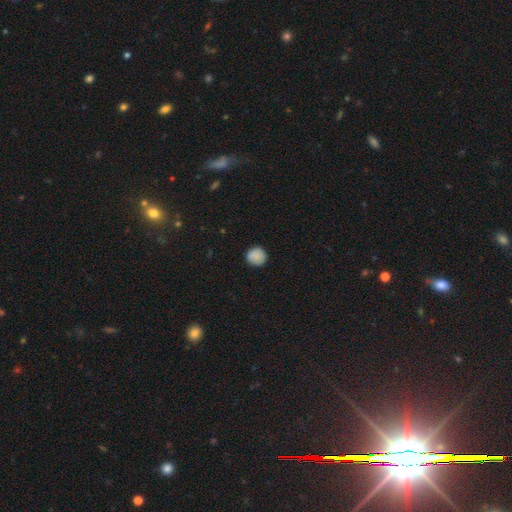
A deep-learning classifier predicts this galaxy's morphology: Smooth or featured?
  - smooth: 87% *
  - star or artifact: 8%
  - featured or disk: 4%
How rounded?
  - round: 93% *
  - in between: 6%
  - cigar-shaped: 1%
Merging?
  - none: 86% *
  - minor disturbance: 11%
  - major disturbance: 2%
  - merger: 1%